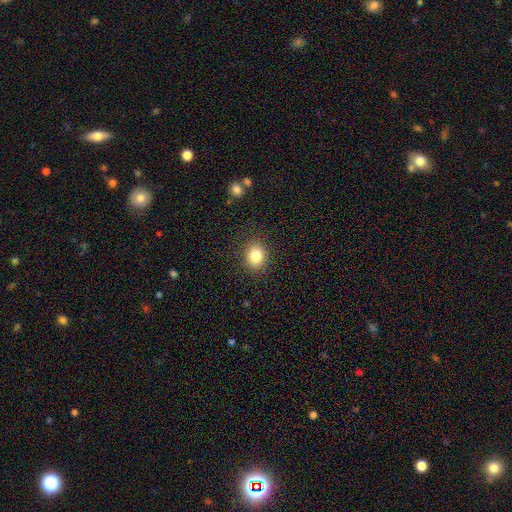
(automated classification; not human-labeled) Overall: smooth (83%). How rounded: round (64%; in between 36%). Merging: none (87%).